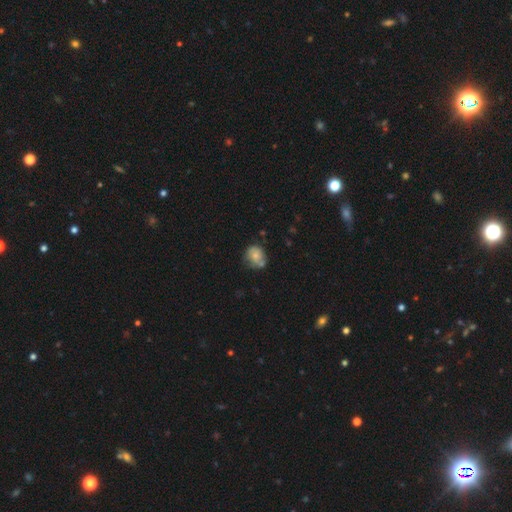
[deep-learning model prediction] smooth-or-featured: smooth: 66% | featured or disk: 25% | star or artifact: 9%
  how-rounded: round: 65% | in between: 34% | cigar-shaped: 1%
  merging: none: 49% | minor disturbance: 27% | merger: 15% | major disturbance: 9%